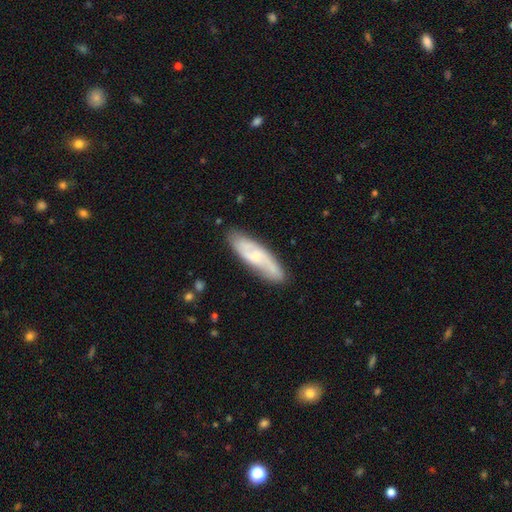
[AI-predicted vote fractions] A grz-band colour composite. It shows a featured or disk galaxy (61%). Merging: none (82%).